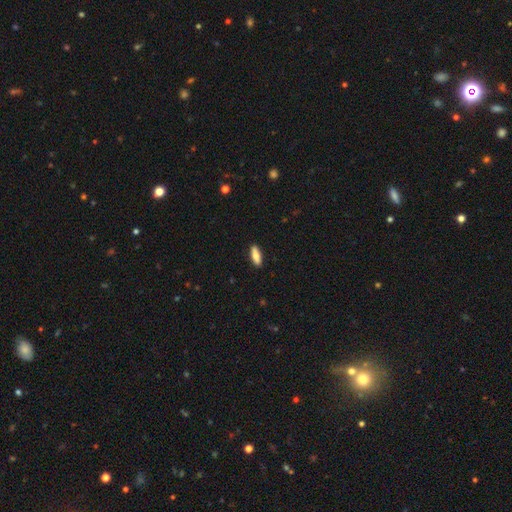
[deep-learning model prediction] smooth 75%, featured or disk 19%, star or artifact 6%. Down the decision tree: how rounded — in between (59%); merging — none (89%).